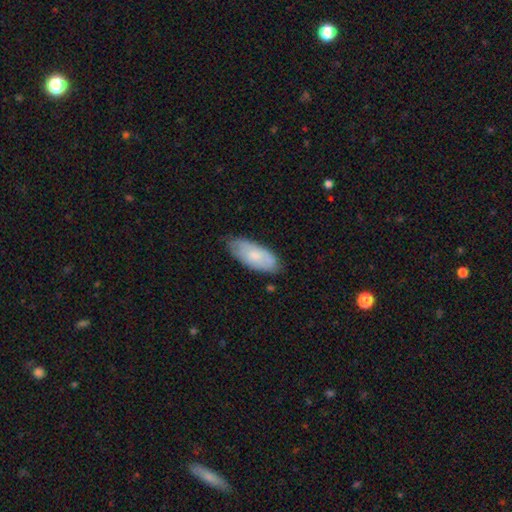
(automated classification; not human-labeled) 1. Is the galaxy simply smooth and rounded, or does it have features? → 69% smooth, 26% featured or disk, 6% star or artifact.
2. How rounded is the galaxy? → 87% in between, 11% cigar-shaped, 2% round.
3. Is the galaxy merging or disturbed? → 71% none, 24% minor disturbance, 4% major disturbance, 1% merger.